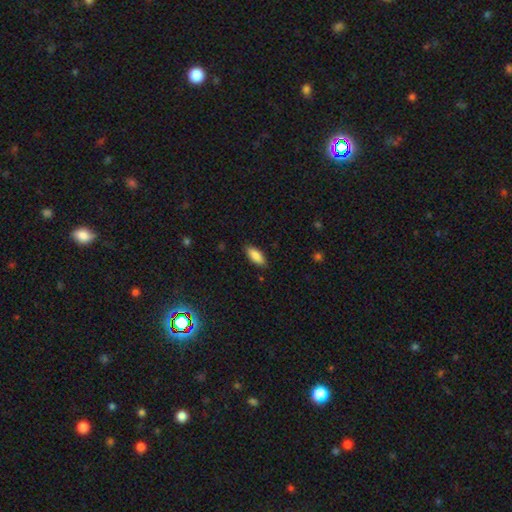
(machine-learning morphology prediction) Overall: smooth (87%). How rounded: in between (79%). Merging: none (86%).